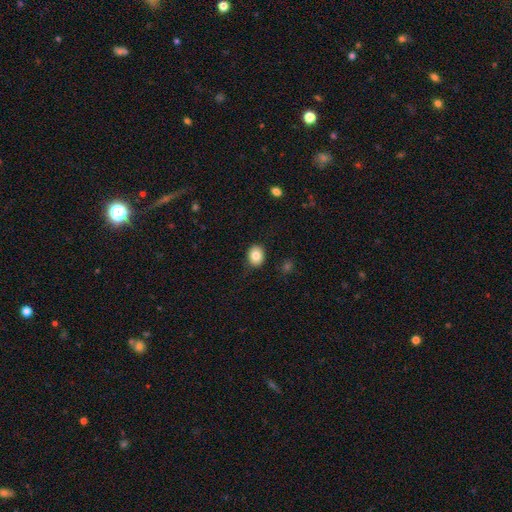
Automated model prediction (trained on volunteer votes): Smooth or featured: smooth — 83% (star or artifact — 9%)
How rounded: round — 55% (in between — 45%)
Merging: none — 85% (minor disturbance — 11%)